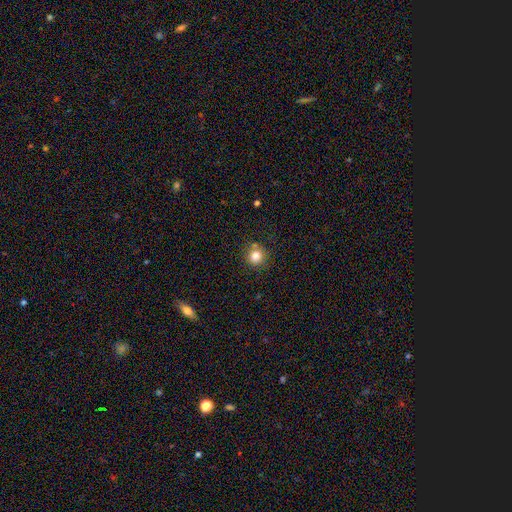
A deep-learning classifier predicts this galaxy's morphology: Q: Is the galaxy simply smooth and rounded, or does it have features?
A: smooth — 82%.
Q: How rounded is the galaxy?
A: round — 92%.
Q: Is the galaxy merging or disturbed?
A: none — 80%.